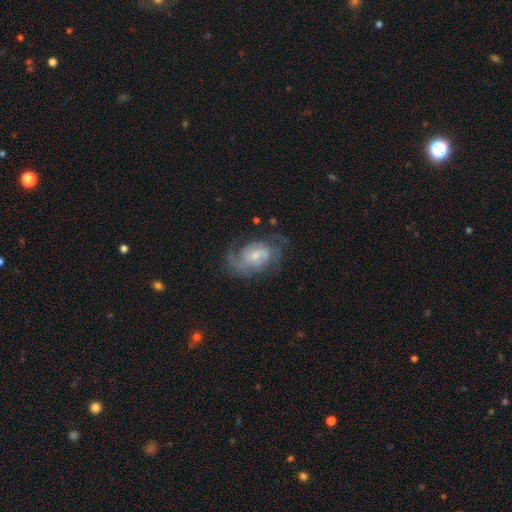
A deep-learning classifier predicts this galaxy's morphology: Smooth or featured? featured or disk (82%)
Edge-on disk? no (97%)
Bar? no (48%)
Spiral arms? yes (94%)
Spiral winding? medium (46%)
Spiral arm count? 2 (46%)
Bulge size? small (55%)
Merging? none (62%)